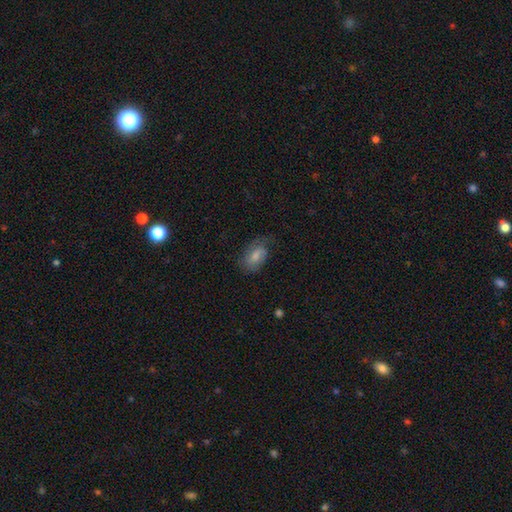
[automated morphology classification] Smooth or featured? Predicted: smooth (p=0.70). How rounded? Predicted: in between (p=0.90). Merging? Predicted: none (p=0.59).